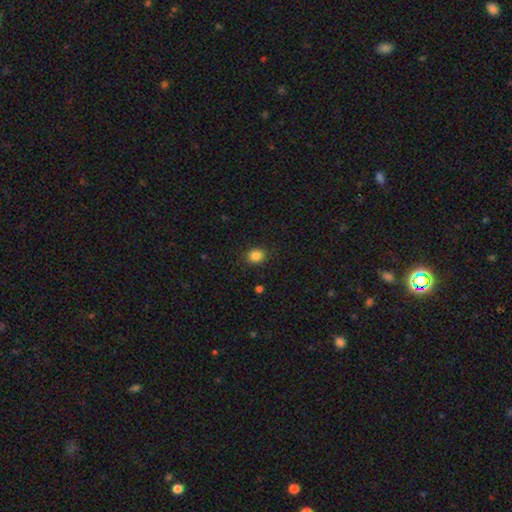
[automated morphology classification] Smooth or featured? smooth (86%)
How rounded? round (71%)
Merging? none (88%)